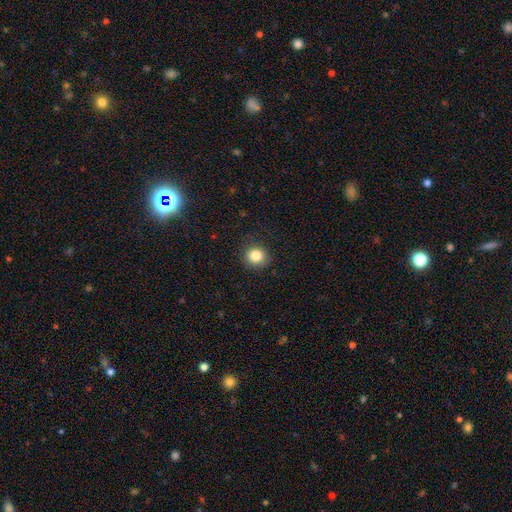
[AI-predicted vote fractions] smooth-or-featured: smooth: 85% | star or artifact: 10% | featured or disk: 5%
  how-rounded: round: 87% | in between: 12% | cigar-shaped: 1%
  merging: none: 85% | minor disturbance: 11% | major disturbance: 3% | merger: 1%